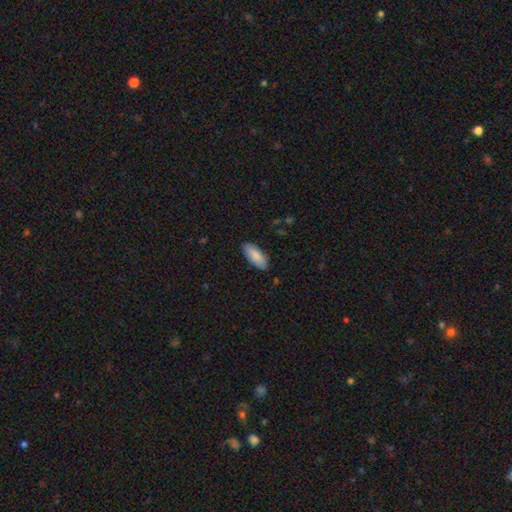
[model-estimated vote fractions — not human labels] smooth_or_featured: smooth (p=0.87) [alt: featured or disk p=0.08]
how_rounded: in between (p=0.81) [alt: cigar-shaped p=0.18]
merging: none (p=0.87) [alt: minor disturbance p=0.10]